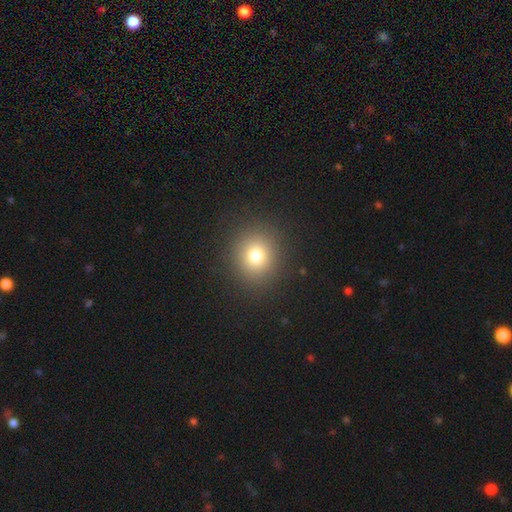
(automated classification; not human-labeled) Smooth or featured?
  - smooth: 76% *
  - star or artifact: 15%
  - featured or disk: 9%
How rounded?
  - round: 87% *
  - in between: 12%
  - cigar-shaped: 1%
Merging?
  - none: 89% *
  - minor disturbance: 7%
  - major disturbance: 3%
  - merger: 1%